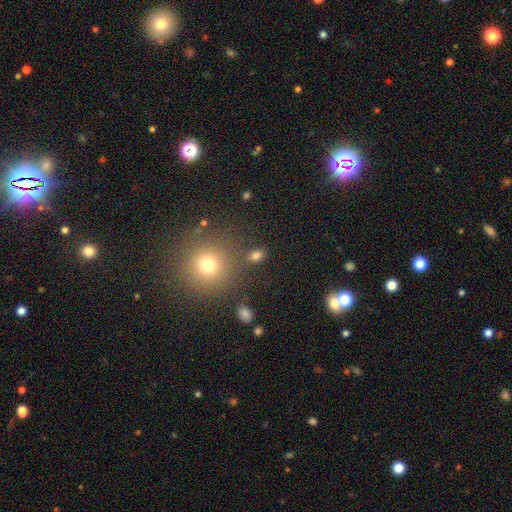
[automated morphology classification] The model was most divided on "how rounded": in between: 62%, round: 36%, cigar-shaped: 2%. More confident: merging — none (80%); smooth or featured — smooth (78%).